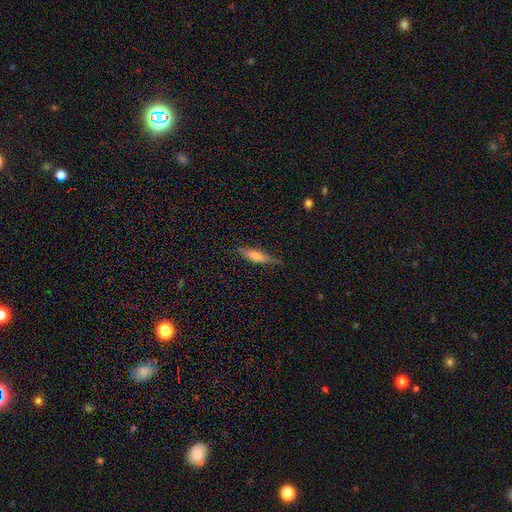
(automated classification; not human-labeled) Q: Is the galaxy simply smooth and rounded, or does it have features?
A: smooth — 52%.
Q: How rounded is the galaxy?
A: cigar-shaped — 71%.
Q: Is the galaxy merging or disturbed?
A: none — 76%.